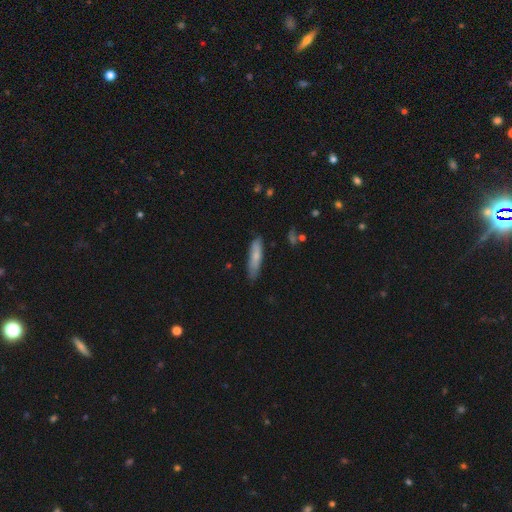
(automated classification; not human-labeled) Smooth or featured? smooth (71%)
How rounded? cigar-shaped (75%)
Merging? none (77%)